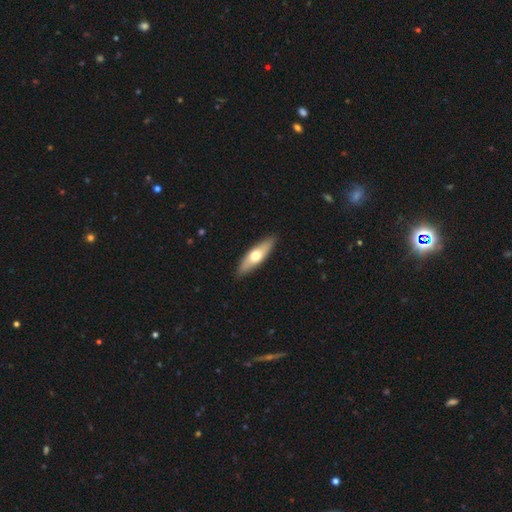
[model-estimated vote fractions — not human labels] Morphology: type=smooth (56%); roundness=cigar-shaped (56%); merging=none (90%).